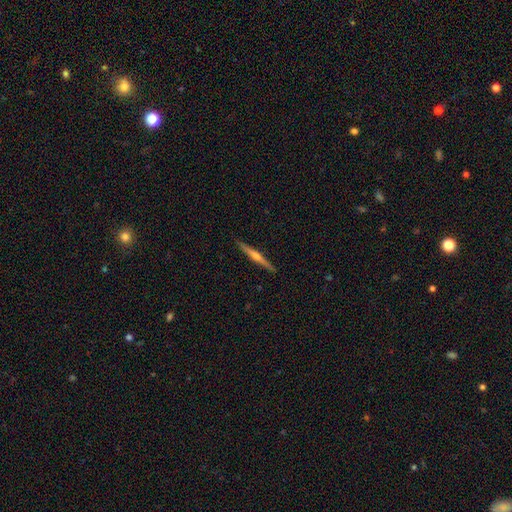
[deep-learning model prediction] Morphology: type=featured or disk (75%); edge-on=yes (98%); edge-on bulge=rounded (83%); merging=none (92%).